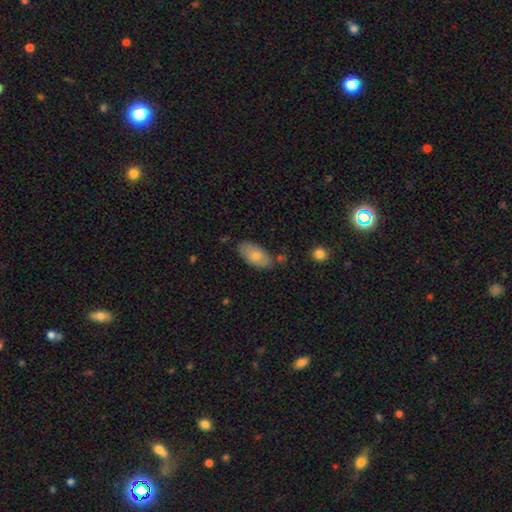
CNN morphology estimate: smooth-or-featured: smooth: 76% | featured or disk: 18% | star or artifact: 6%
  how-rounded: in between: 94% | cigar-shaped: 3% | round: 3%
  merging: none: 75% | minor disturbance: 18% | merger: 4% | major disturbance: 3%